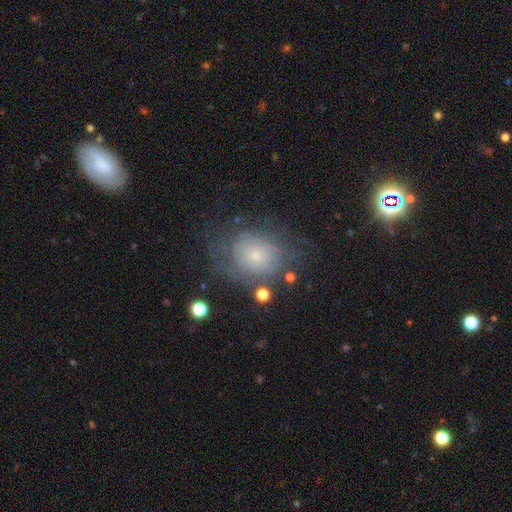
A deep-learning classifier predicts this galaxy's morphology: type=featured or disk (47%); merging=none (58%).